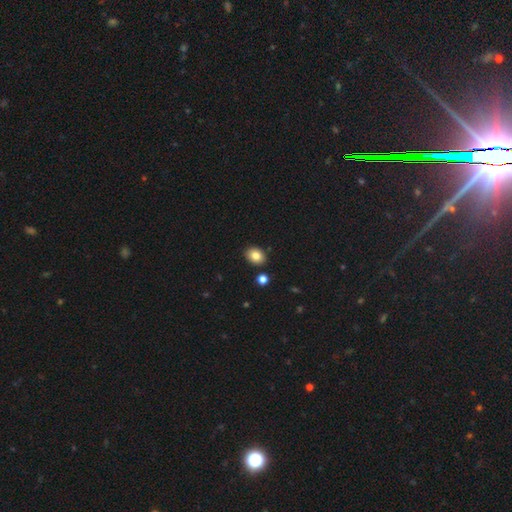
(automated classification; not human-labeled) This is clearly a smooth galaxy (83%). How rounded: possibly in between (58%). Merging: clearly none (88%).